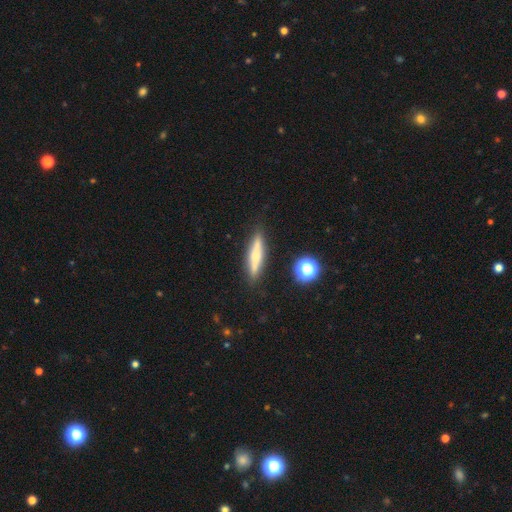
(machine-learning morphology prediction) Smooth or featured: smooth — 54% (featured or disk — 37%)
How rounded: cigar-shaped — 86% (in between — 11%)
Merging: none — 87% (minor disturbance — 9%)